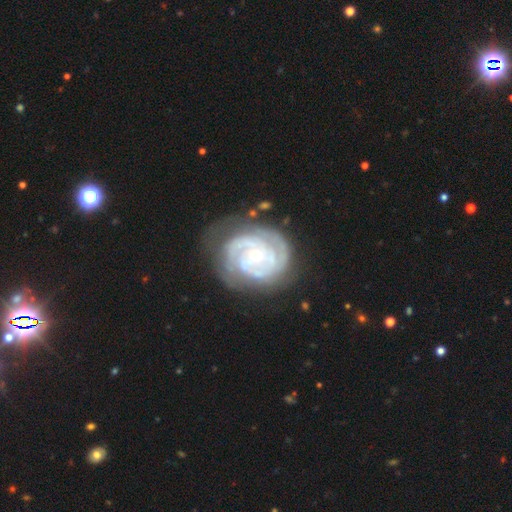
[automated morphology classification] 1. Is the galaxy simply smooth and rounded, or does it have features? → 88% featured or disk, 7% smooth, 5% star or artifact.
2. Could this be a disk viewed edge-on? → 98% no, 2% yes.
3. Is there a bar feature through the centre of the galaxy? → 66% no, 26% weak, 8% strong.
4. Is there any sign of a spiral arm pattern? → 96% yes, 4% no.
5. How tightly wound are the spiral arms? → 73% tight, 23% medium, 4% loose.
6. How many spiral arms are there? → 32% 2, 27% 3, 22% can't tell, 9% 4, 5% 1, 5% more than 4.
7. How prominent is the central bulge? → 66% small, 31% moderate, 1% large, 1% none, 1% dominant.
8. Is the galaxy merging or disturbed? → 67% none, 21% minor disturbance, 10% major disturbance, 2% merger.